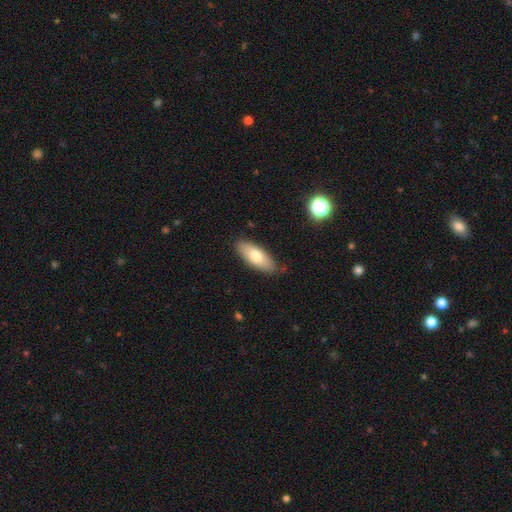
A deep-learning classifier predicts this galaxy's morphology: smooth-or-featured: smooth: 73% | featured or disk: 20% | star or artifact: 6%
  how-rounded: in between: 75% | cigar-shaped: 23% | round: 2%
  merging: none: 83% | minor disturbance: 13% | major disturbance: 2% | merger: 2%